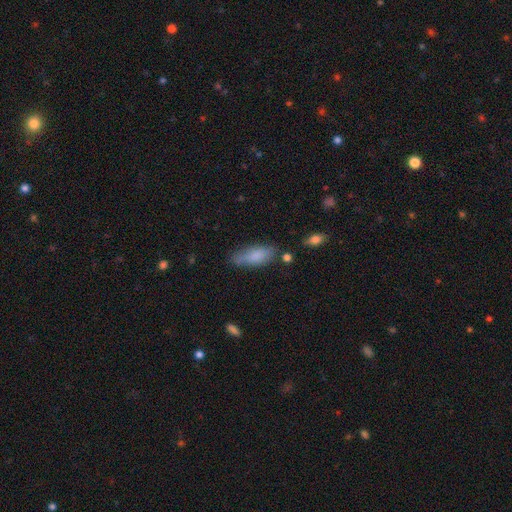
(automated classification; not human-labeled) Smooth or featured? Predicted: smooth (p=0.80). How rounded? Predicted: in between (p=0.70). Merging? Predicted: none (p=0.66).